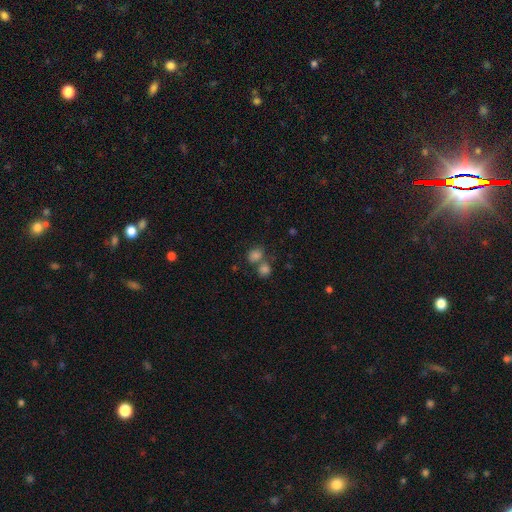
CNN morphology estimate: Q: Smooth or featured?
A: smooth (76%); runner-up: star or artifact (15%)
Q: How rounded?
A: round (58%); runner-up: in between (41%)
Q: Merging?
A: none (46%); runner-up: merger (39%)